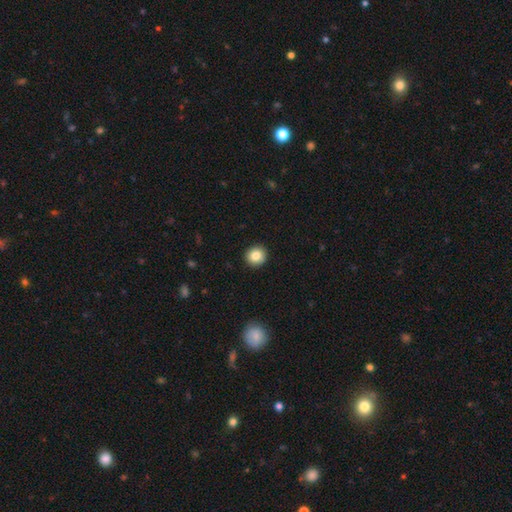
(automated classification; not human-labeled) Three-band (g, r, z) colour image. It shows a smooth galaxy with no disk features (84%) that is round (91%). Merging: none (92%).